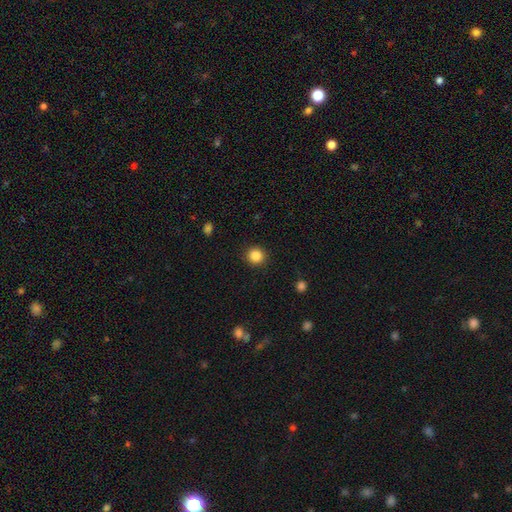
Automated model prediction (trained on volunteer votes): Smooth or featured? Predicted: smooth (p=0.86). How rounded? Predicted: round (p=0.93). Merging? Predicted: none (p=0.91).